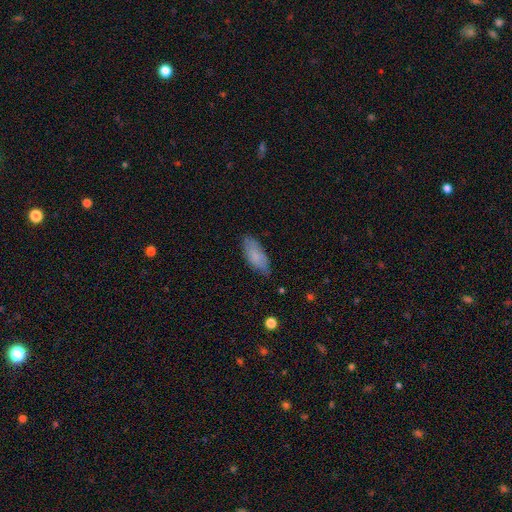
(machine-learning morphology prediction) This appears to be a smooth galaxy with no disk features (79%) that is in between round and cigar-shaped (79%). Merging: none (73%).